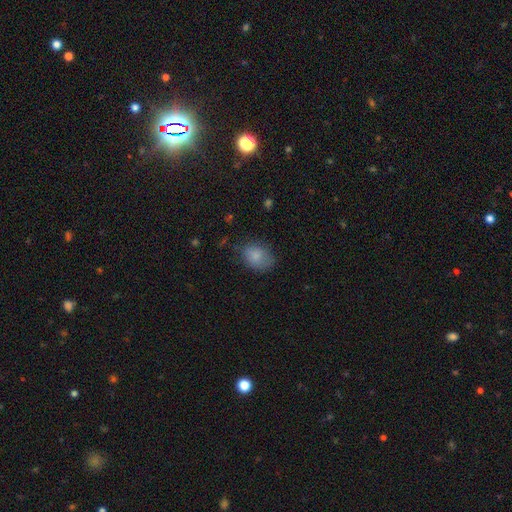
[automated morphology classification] A smooth galaxy with no disk features (84%) that is in between round and cigar-shaped (67%). Merging: none (70%).